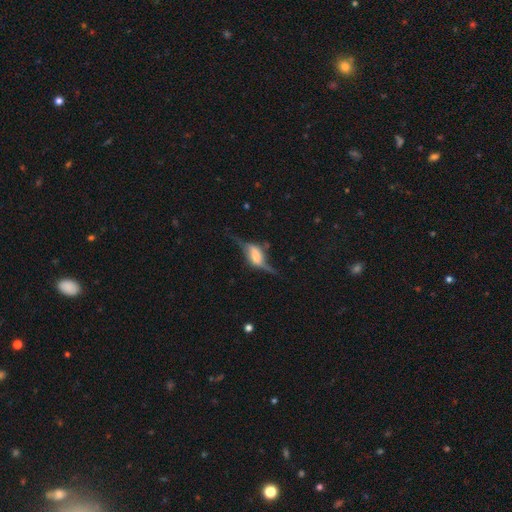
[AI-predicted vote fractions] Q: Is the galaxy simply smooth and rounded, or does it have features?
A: featured or disk — 74%.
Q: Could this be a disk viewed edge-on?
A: yes — 52%.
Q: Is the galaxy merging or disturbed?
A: none — 46%.